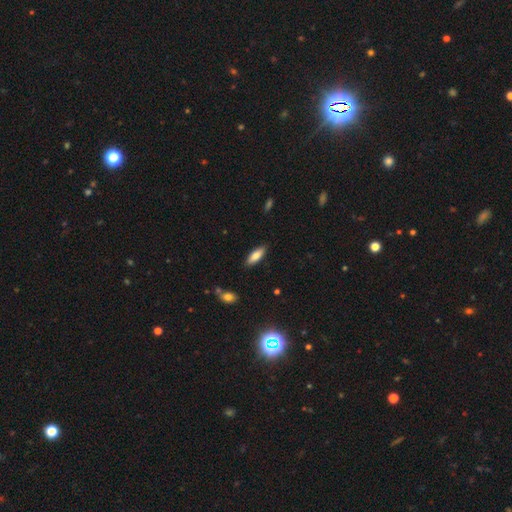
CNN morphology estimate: smooth-or-featured: smooth: 78% | featured or disk: 15% | star or artifact: 7%
  how-rounded: in between: 63% | cigar-shaped: 35% | round: 2%
  merging: none: 87% | minor disturbance: 10% | major disturbance: 2% | merger: 1%